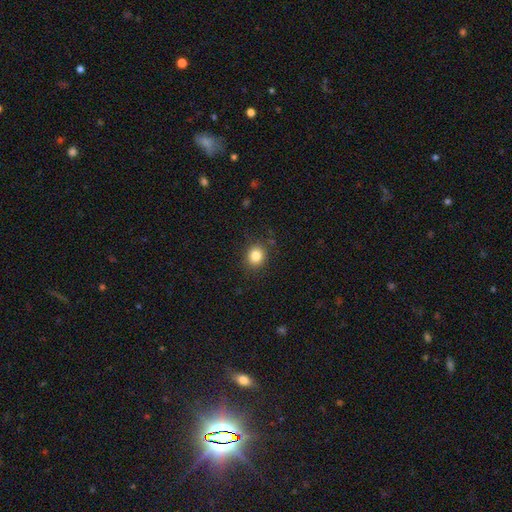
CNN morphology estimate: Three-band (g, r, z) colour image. It shows a smooth galaxy with no disk features (83%) that is round (81%). Merging: none (86%).